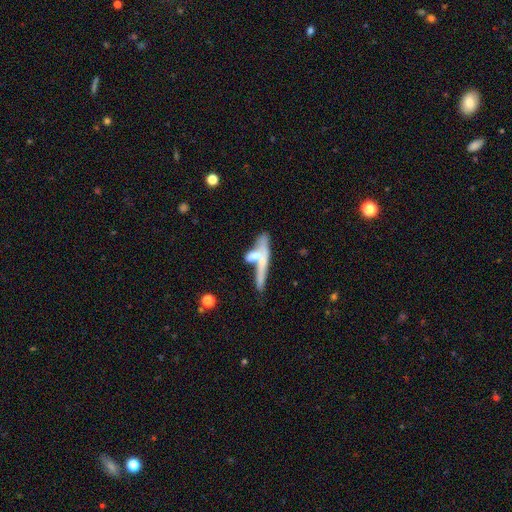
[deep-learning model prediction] Smooth or featured? Predicted: smooth (p=0.53). How rounded? Predicted: cigar-shaped (p=0.74). Merging? Predicted: merger (p=0.44).